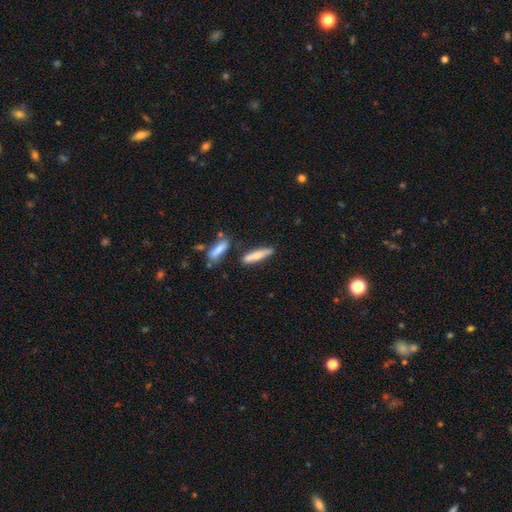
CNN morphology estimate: Q: Smooth or featured?
A: smooth (75%); runner-up: featured or disk (19%)
Q: How rounded?
A: cigar-shaped (81%); runner-up: in between (17%)
Q: Merging?
A: none (74%); runner-up: minor disturbance (14%)